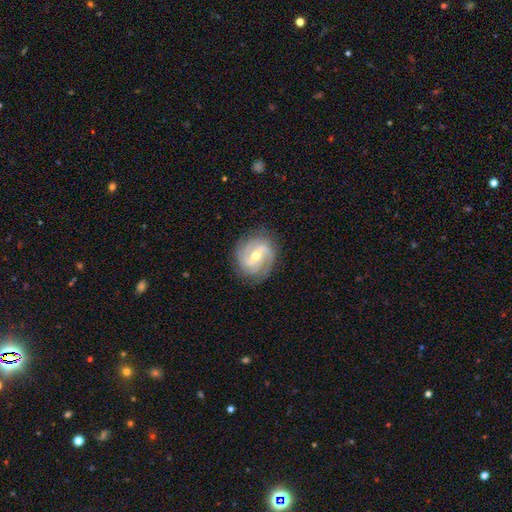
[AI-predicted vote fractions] Smooth or featured? Predicted: featured or disk (p=0.88). Edge-on disk? Predicted: no (p=0.97). Bar? Predicted: weak (p=0.48). Spiral arms? Predicted: yes (p=0.97). Spiral winding? Predicted: tight (p=0.48). Spiral arm count? Predicted: 2 (p=0.41). Bulge size? Predicted: moderate (p=0.58). Merging? Predicted: none (p=0.80).